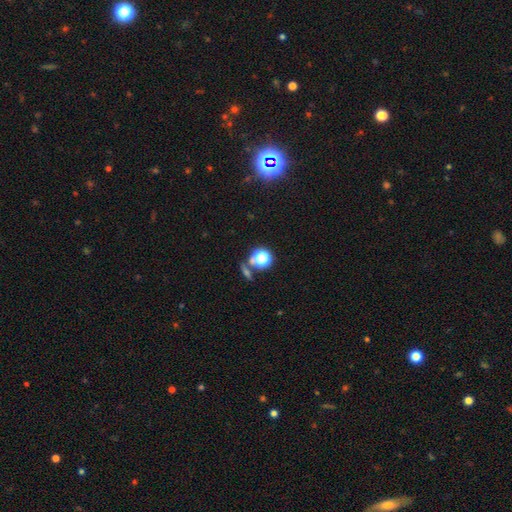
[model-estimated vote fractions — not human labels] Overall: star or artifact (59%; smooth 30%).